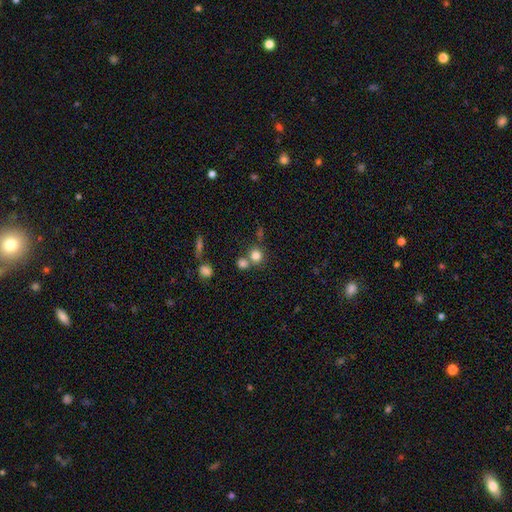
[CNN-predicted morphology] smooth-or-featured: smooth: 79% | star or artifact: 13% | featured or disk: 8%
  how-rounded: round: 88% | in between: 10% | cigar-shaped: 1%
  merging: none: 60% | merger: 29% | minor disturbance: 8% | major disturbance: 3%